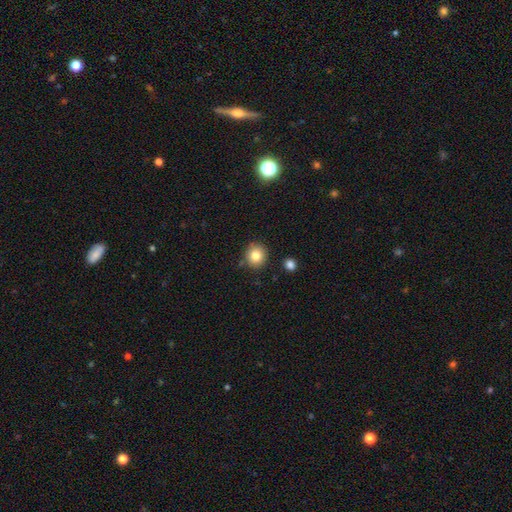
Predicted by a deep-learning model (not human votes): Morphology: type=smooth (82%); roundness=round (89%); merging=none (86%).